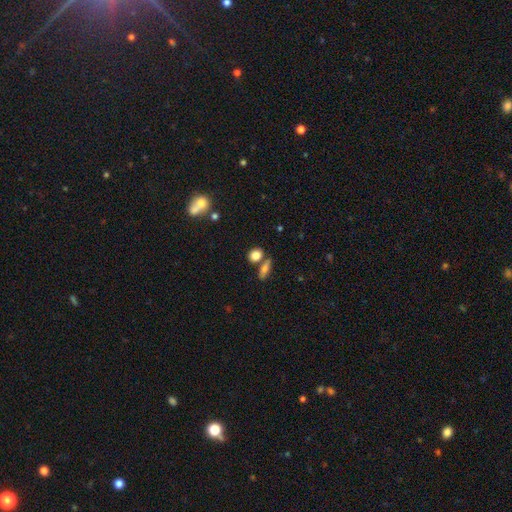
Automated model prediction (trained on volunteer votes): Smooth or featured?
  - smooth: 82% *
  - star or artifact: 10%
  - featured or disk: 8%
How rounded?
  - in between: 49% *
  - round: 47%
  - cigar-shaped: 4%
Merging?
  - none: 62% *
  - merger: 24%
  - minor disturbance: 11%
  - major disturbance: 4%